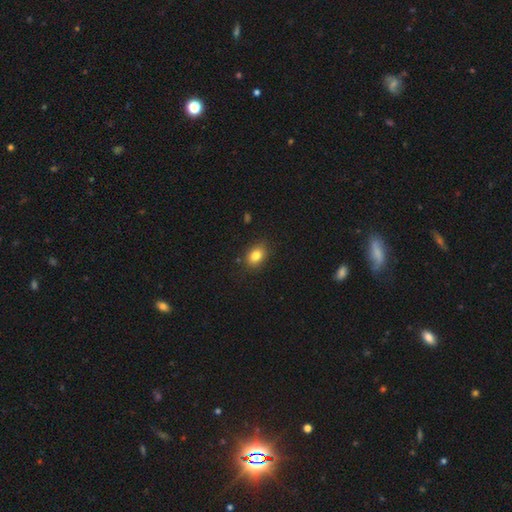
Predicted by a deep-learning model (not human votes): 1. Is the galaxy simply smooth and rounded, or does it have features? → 82% smooth, 10% star or artifact, 8% featured or disk.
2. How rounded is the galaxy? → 69% in between, 29% round, 1% cigar-shaped.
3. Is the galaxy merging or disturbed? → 84% none, 12% minor disturbance, 3% major disturbance, 1% merger.